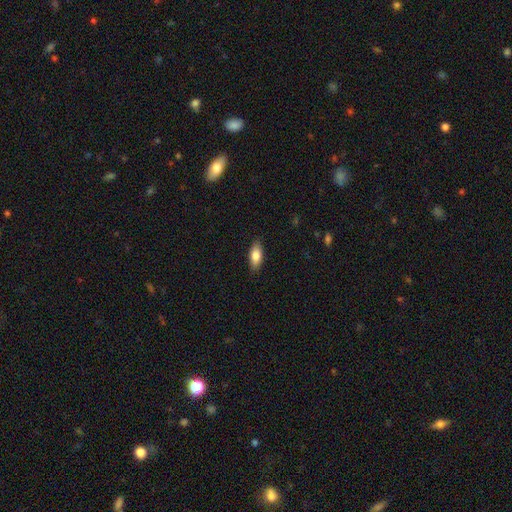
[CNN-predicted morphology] type=smooth (80%); roundness=in between (82%); merging=none (87%).